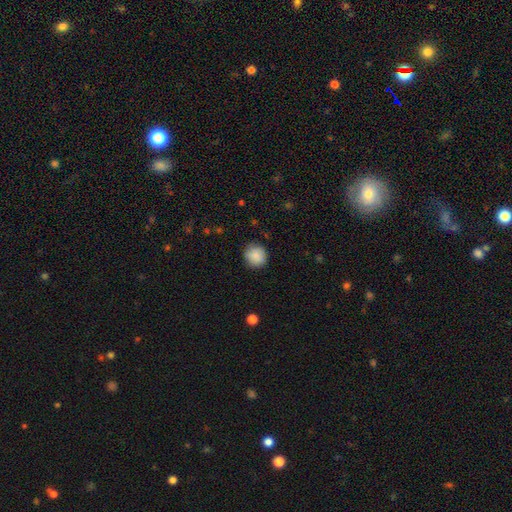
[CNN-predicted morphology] Smooth or featured: smooth — 87% (star or artifact — 7%)
How rounded: round — 91% (in between — 8%)
Merging: none — 87% (minor disturbance — 10%)